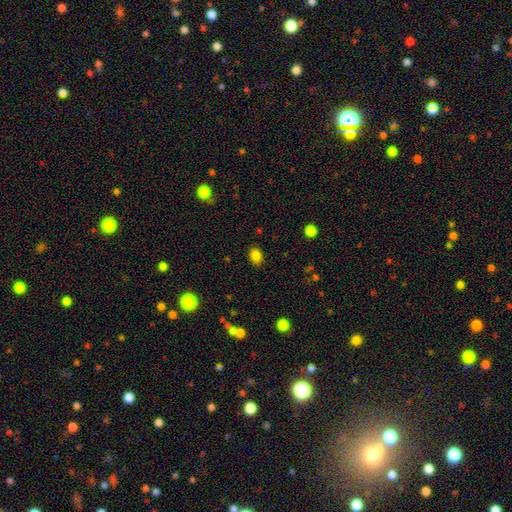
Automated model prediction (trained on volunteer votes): smooth-or-featured: smooth: 83% | star or artifact: 13% | featured or disk: 5%
  how-rounded: in between: 61% | round: 38% | cigar-shaped: 1%
  merging: none: 85% | minor disturbance: 11% | major disturbance: 3% | merger: 1%